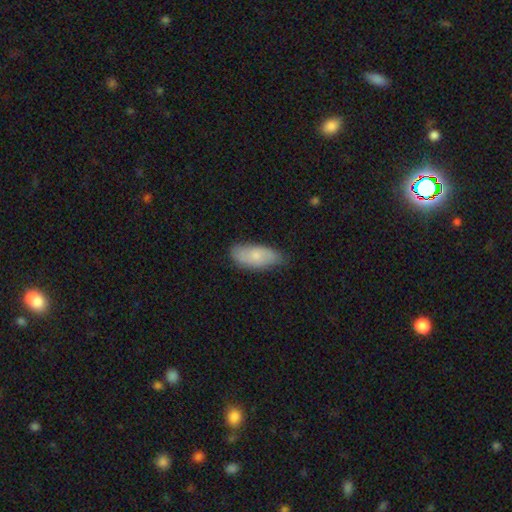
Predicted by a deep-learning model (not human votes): smooth_or_featured: smooth (p=0.74) [alt: featured or disk p=0.20]
how_rounded: in between (p=0.87) [alt: cigar-shaped p=0.11]
merging: none (p=0.68) [alt: minor disturbance p=0.27]